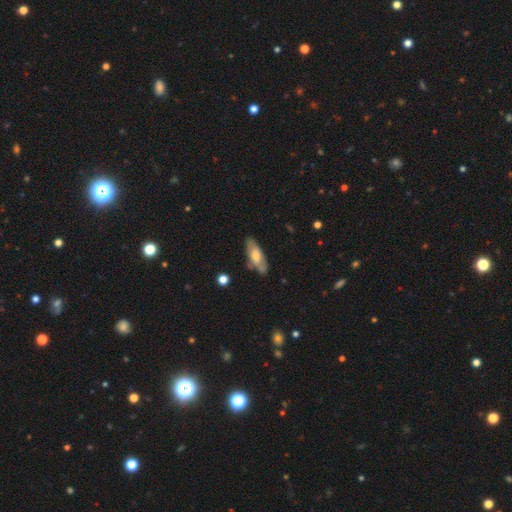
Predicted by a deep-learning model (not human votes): A smooth galaxy with no disk features (50%) that is in between round and cigar-shaped (70%).

Vote fractions:
- Smooth or featured? smooth: 50% / featured or disk: 43% / star or artifact: 6%
- How rounded? in between: 70% / cigar-shaped: 27% / round: 3%
- Merging? none: 68% / minor disturbance: 22% / major disturbance: 6% / merger: 5%